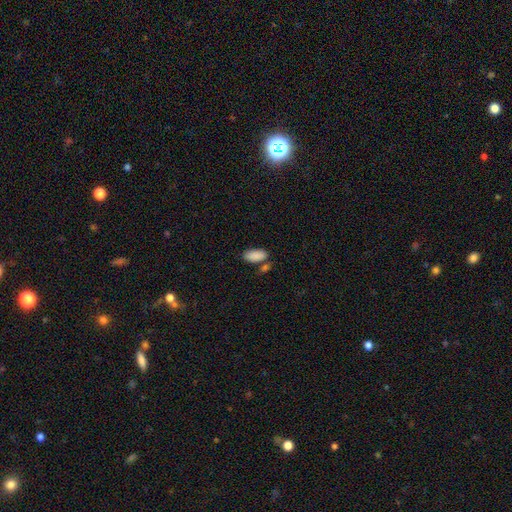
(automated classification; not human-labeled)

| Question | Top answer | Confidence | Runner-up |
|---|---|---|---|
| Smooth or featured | smooth | 89% | star or artifact (7%) |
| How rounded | in between | 92% | cigar-shaped (5%) |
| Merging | none | 69% | merger (16%) |